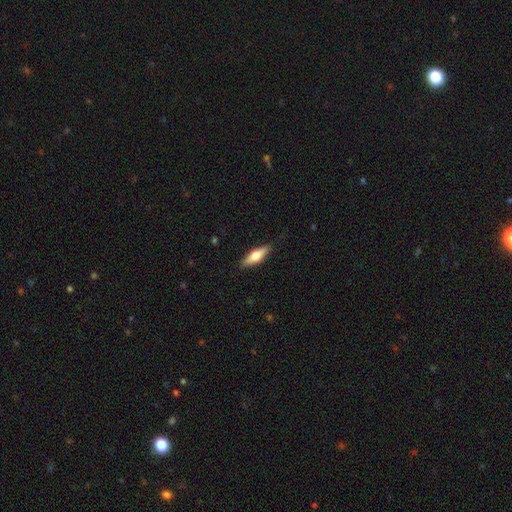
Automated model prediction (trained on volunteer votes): smooth_or_featured: smooth (p=0.52) [alt: featured or disk p=0.42]
how_rounded: cigar-shaped (p=0.54) [alt: in between p=0.43]
merging: none (p=0.87) [alt: minor disturbance p=0.10]